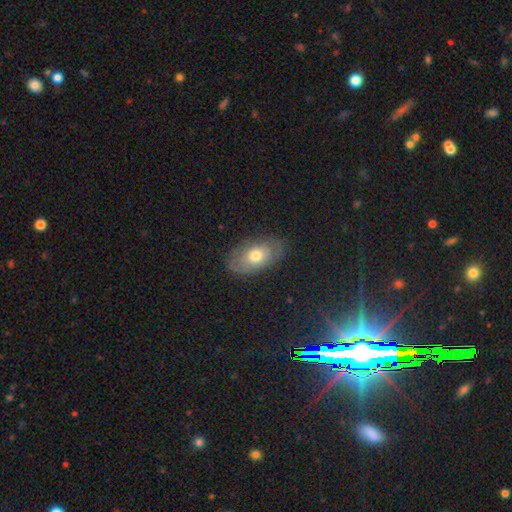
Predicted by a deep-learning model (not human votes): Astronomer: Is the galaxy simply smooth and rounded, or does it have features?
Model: smooth — 57% (runner-up: featured or disk, 35%).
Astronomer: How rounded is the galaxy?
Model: in between — 91%.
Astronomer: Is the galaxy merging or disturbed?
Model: none — 79%.